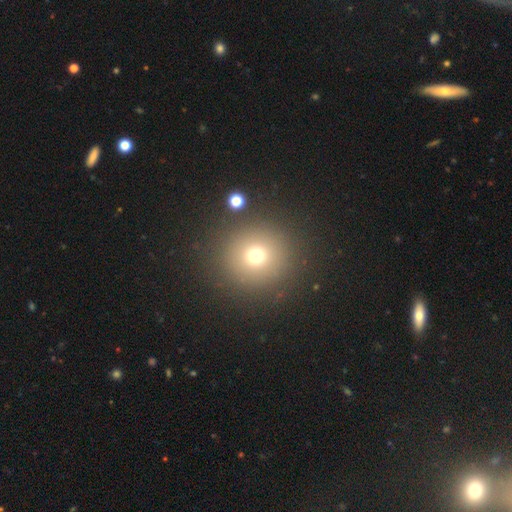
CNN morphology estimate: The model was most divided on "smooth or featured": smooth: 71%, star or artifact: 19%, featured or disk: 10%. More confident: how rounded — round (94%); merging — none (87%).